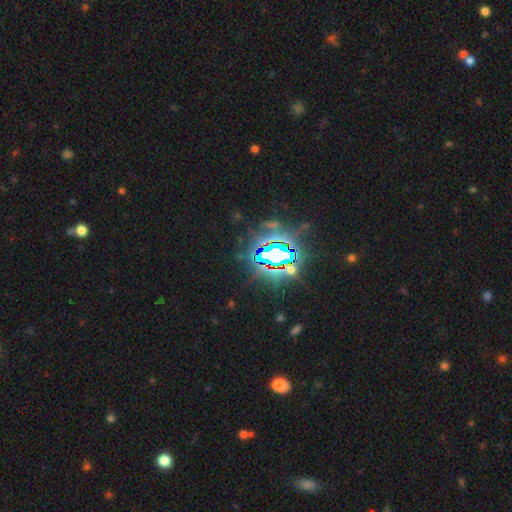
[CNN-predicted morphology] star or artifact 82%, featured or disk 10%, smooth 9%.